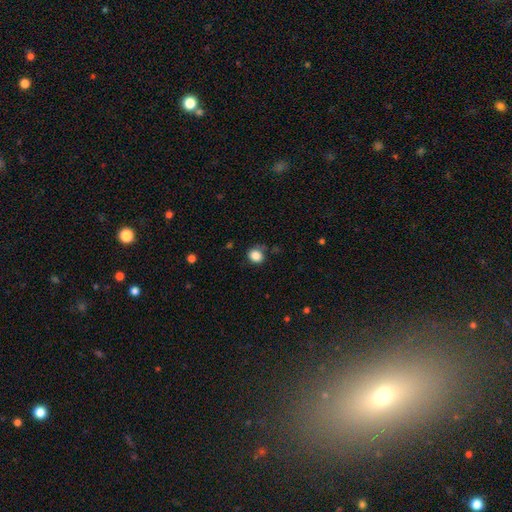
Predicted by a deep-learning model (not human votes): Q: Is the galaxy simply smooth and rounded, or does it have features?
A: smooth — 86%.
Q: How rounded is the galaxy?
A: round — 70%.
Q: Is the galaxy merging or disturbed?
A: none — 75%.